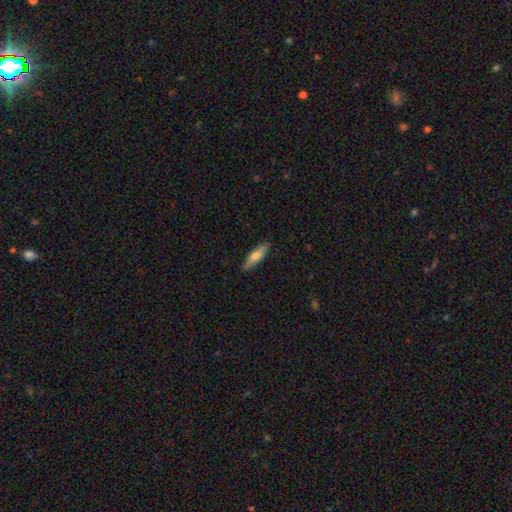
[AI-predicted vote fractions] The model was most divided on "how rounded": cigar-shaped: 66%, in between: 33%, round: 2%. More confident: merging — none (88%); smooth or featured — smooth (65%).